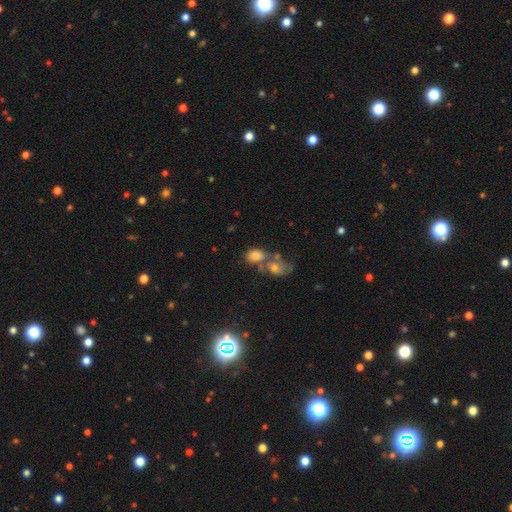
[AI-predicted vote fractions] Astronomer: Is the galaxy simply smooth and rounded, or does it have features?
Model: smooth — 73%.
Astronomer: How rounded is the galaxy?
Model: in between — 69%.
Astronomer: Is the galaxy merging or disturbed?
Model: merger — 52% (runner-up: none, 29%).